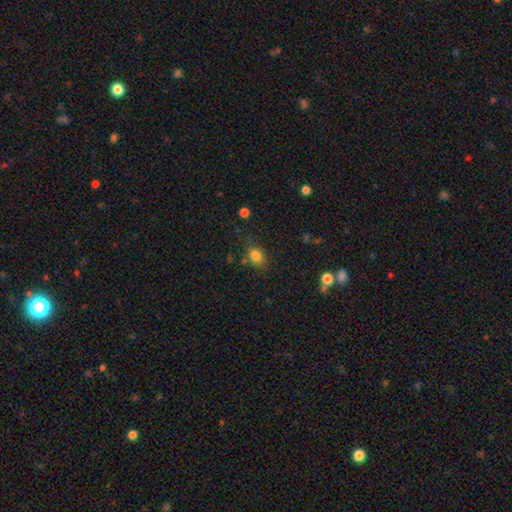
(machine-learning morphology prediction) smooth_or_featured: smooth (p=0.82) [alt: star or artifact p=0.11]
how_rounded: in between (p=0.60) [alt: round p=0.39]
merging: none (p=0.74) [alt: minor disturbance p=0.16]